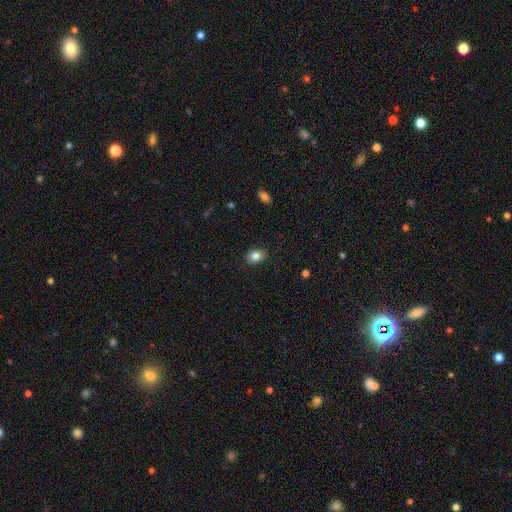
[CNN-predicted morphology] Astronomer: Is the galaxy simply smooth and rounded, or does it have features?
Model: smooth — 84%.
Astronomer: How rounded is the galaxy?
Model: in between — 67%.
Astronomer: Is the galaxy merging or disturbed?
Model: none — 86%.